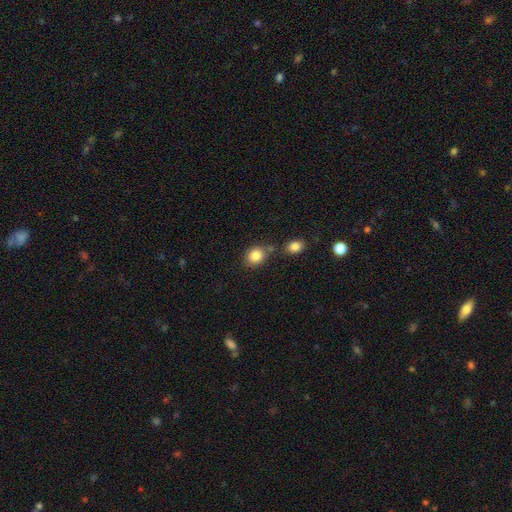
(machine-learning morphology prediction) This is clearly a smooth galaxy (84%). How rounded: likely round (64%). Merging: likely none (65%).